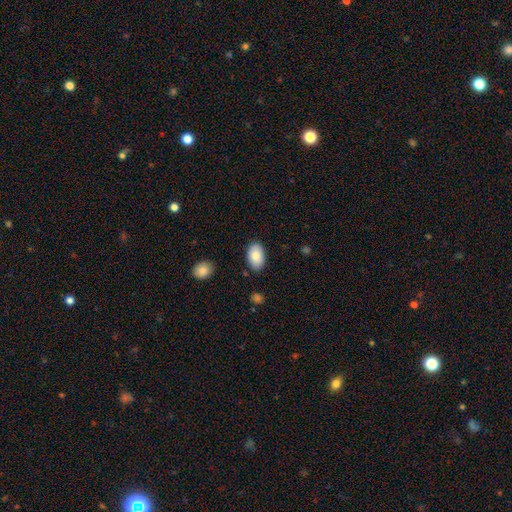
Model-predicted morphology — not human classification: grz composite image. It shows a smooth galaxy with no disk features (83%) that is in between round and cigar-shaped (92%). Merging: none (85%).